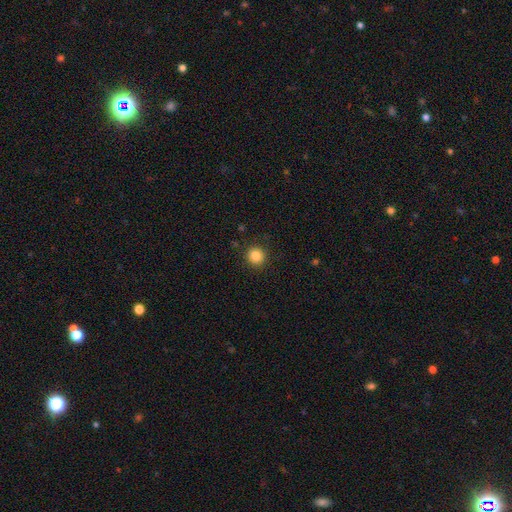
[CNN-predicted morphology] Smooth or featured? smooth (85%)
How rounded? round (94%)
Merging? none (91%)